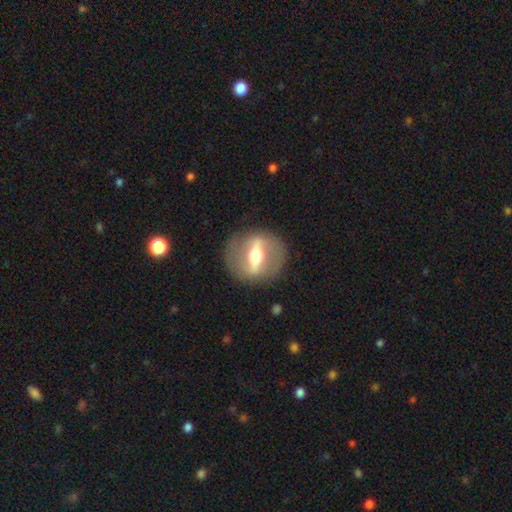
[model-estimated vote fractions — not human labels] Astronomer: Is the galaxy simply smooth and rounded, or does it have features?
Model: featured or disk — 76%.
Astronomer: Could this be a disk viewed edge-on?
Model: no — 68%.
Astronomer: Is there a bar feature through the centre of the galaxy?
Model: strong — 79%.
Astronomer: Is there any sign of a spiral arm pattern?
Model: no — 72%.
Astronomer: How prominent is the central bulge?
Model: moderate — 68%.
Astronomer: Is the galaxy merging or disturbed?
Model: none — 85%.